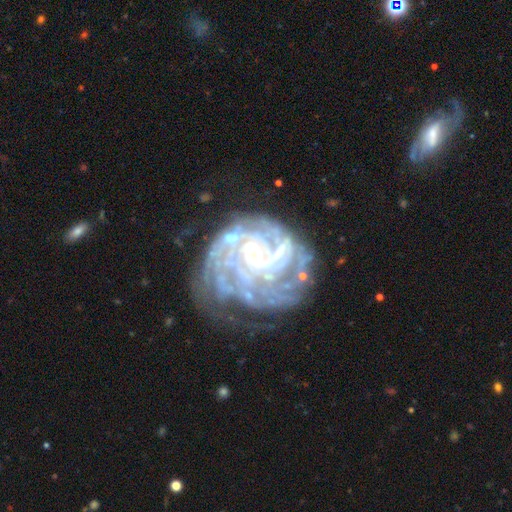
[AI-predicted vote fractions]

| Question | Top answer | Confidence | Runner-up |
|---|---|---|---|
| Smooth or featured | featured or disk | 84% | star or artifact (9%) |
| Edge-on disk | no | 98% | yes (2%) |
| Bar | weak | 43% | no (36%) |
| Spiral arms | yes | 86% | no (14%) |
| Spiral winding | tight | 66% | medium (25%) |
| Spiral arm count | can't tell | 44% | 4 (13%) |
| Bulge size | small | 38% | none (31%) |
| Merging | none | 45% | major disturbance (27%) |